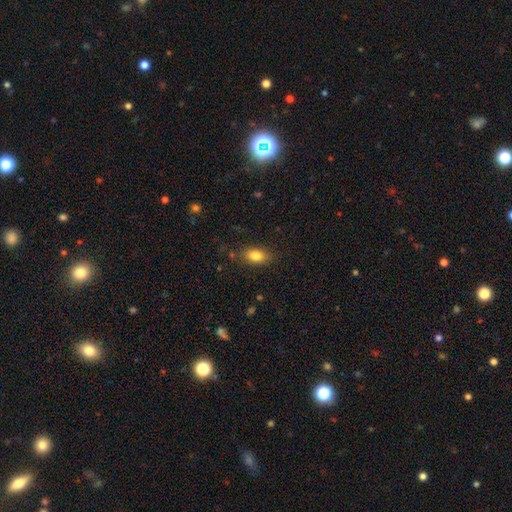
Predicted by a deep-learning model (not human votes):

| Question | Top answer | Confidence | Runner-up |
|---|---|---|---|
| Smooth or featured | smooth | 82% | star or artifact (9%) |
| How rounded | in between | 86% | round (9%) |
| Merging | none | 80% | minor disturbance (14%) |